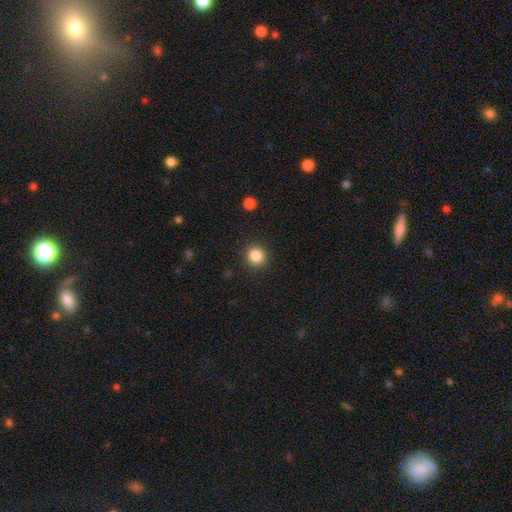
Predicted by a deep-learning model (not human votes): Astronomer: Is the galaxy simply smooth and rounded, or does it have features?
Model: smooth — 85%.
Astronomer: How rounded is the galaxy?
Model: round — 91%.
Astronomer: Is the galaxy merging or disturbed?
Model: none — 91%.